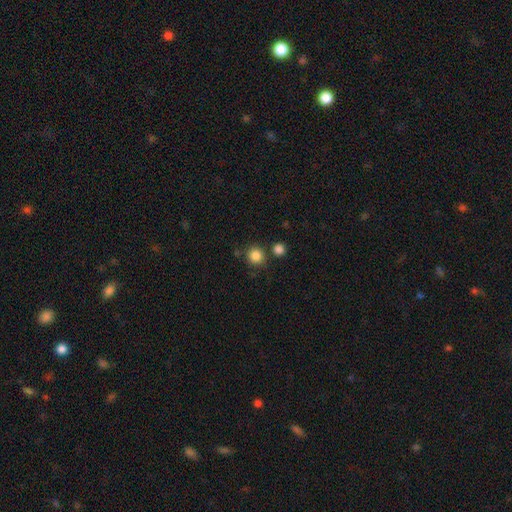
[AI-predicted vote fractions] smooth 85%, star or artifact 11%, featured or disk 4%. Down the decision tree: how rounded — round (92%); merging — none (79%).